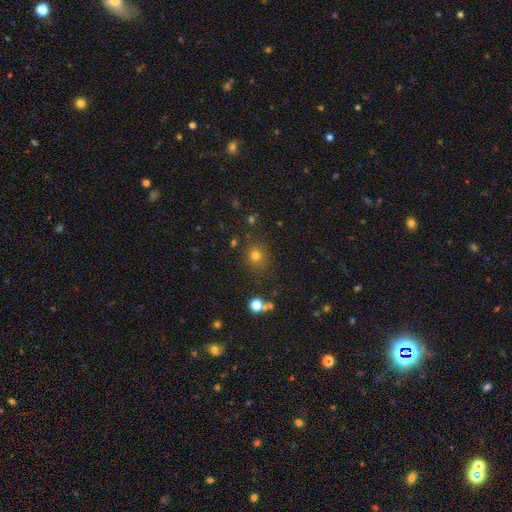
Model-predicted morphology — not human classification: This is likely a smooth galaxy (75%). How rounded: clearly round (84%). Merging: clearly none (80%).